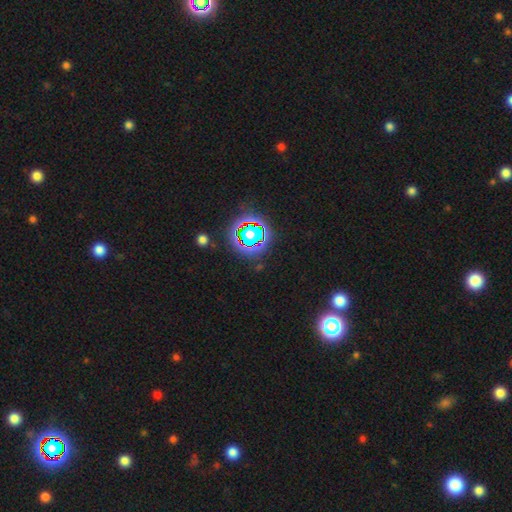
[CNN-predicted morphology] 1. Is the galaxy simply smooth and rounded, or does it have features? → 80% star or artifact, 12% smooth, 8% featured or disk.